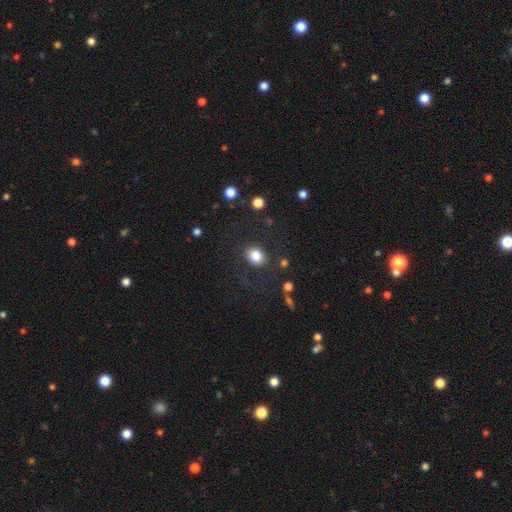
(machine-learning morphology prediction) Smooth or featured?
  - smooth: 84% *
  - star or artifact: 10%
  - featured or disk: 7%
How rounded?
  - round: 58% *
  - in between: 42%
  - cigar-shaped: 1%
Merging?
  - none: 79% *
  - minor disturbance: 11%
  - major disturbance: 7%
  - merger: 2%